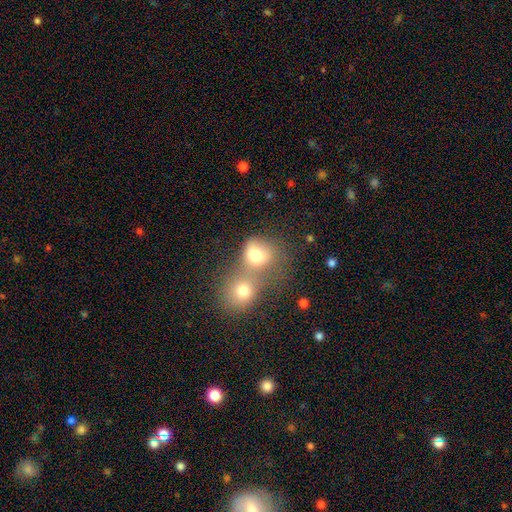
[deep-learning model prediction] Smooth or featured?
  - smooth: 74% *
  - featured or disk: 13%
  - star or artifact: 12%
How rounded?
  - round: 63% *
  - in between: 36%
  - cigar-shaped: 1%
Merging?
  - merger: 65% *
  - none: 22%
  - minor disturbance: 7%
  - major disturbance: 6%